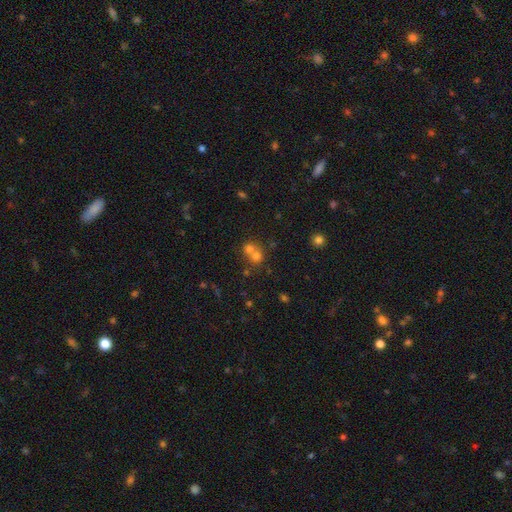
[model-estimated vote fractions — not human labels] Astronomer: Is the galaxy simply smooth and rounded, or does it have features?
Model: smooth — 67%.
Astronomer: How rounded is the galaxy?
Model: round — 82%.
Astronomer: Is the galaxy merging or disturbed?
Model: merger — 59% (runner-up: none, 34%).